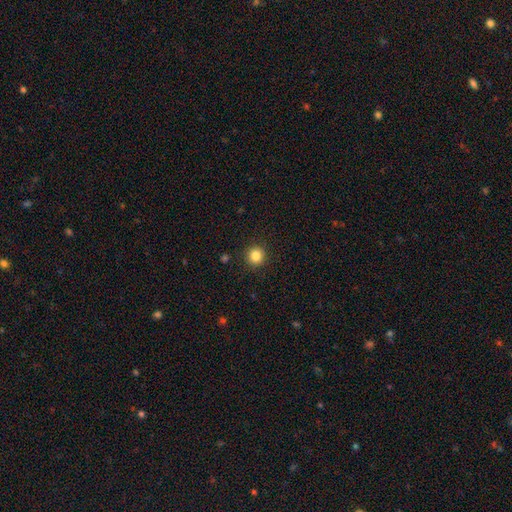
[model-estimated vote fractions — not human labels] Smooth or featured? Predicted: smooth (p=0.85). How rounded? Predicted: round (p=0.93). Merging? Predicted: none (p=0.92).